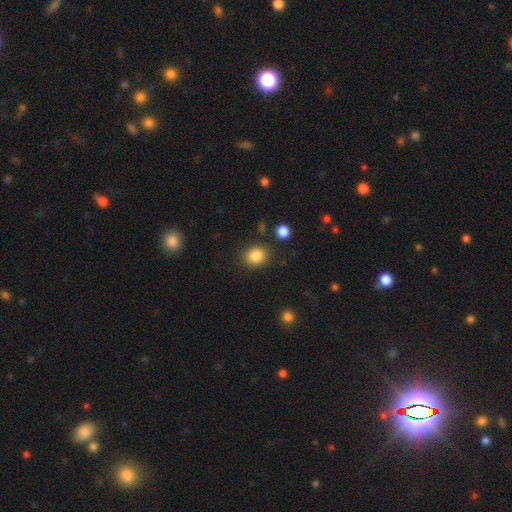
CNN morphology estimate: smooth-or-featured: smooth: 85% | star or artifact: 10% | featured or disk: 5%
  how-rounded: round: 66% | in between: 33% | cigar-shaped: 1%
  merging: none: 83% | minor disturbance: 10% | merger: 3% | major disturbance: 3%